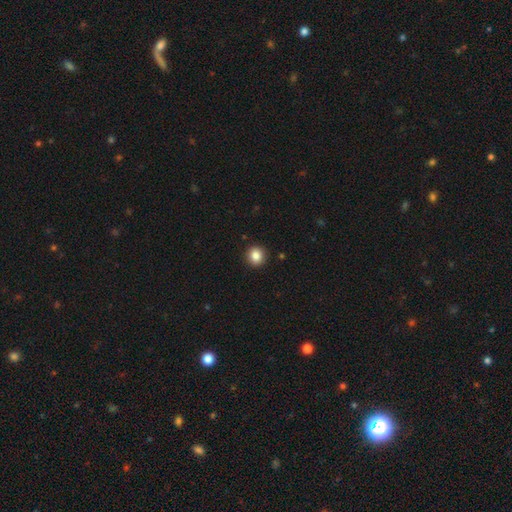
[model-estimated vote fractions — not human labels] The model was most divided on "smooth or featured": smooth: 85%, star or artifact: 10%, featured or disk: 4%. More confident: merging — none (92%); how rounded — round (91%).